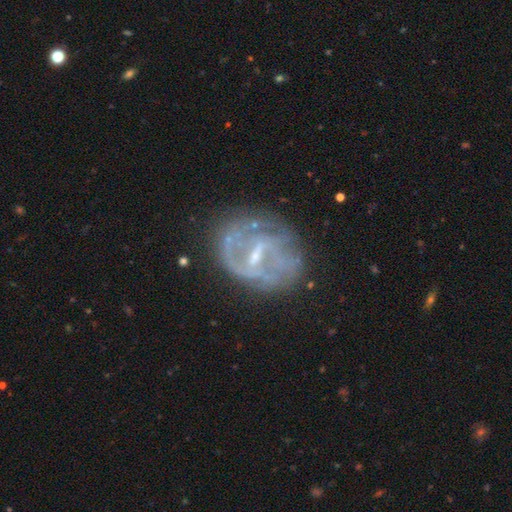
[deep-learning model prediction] Smooth or featured? Predicted: featured or disk (p=0.79). Edge-on disk? Predicted: no (p=0.97). Bar? Predicted: weak (p=0.51). Spiral arms? Predicted: yes (p=0.69). Spiral winding? Predicted: medium (p=0.39). Spiral arm count? Predicted: 2 (p=0.43). Bulge size? Predicted: small (p=0.59). Merging? Predicted: none (p=0.59).